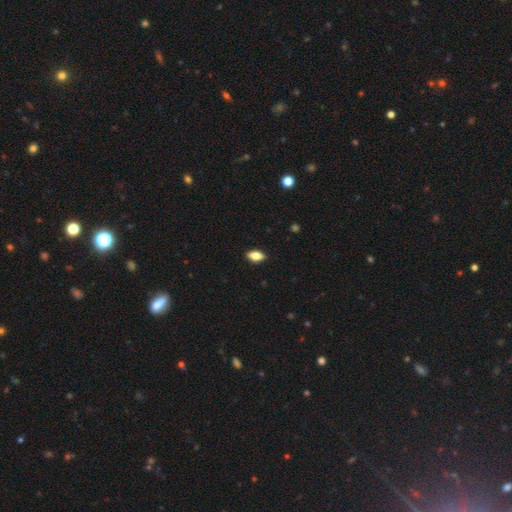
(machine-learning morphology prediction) smooth 70%, featured or disk 21%, star or artifact 8%. Down the decision tree: how rounded — in between (84%); merging — none (88%).